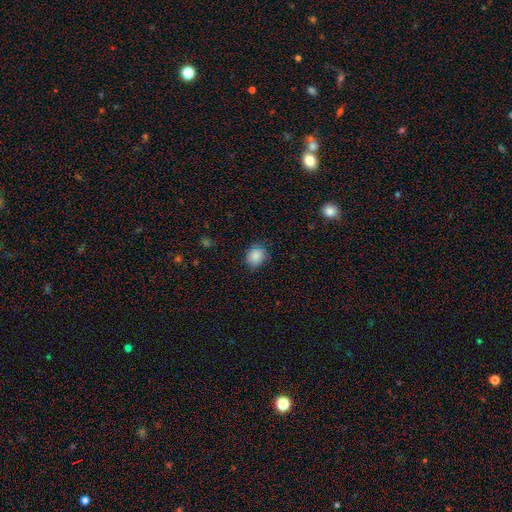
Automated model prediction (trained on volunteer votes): Overall: smooth (84%). How rounded: round (68%; in between 31%). Merging: none (77%).